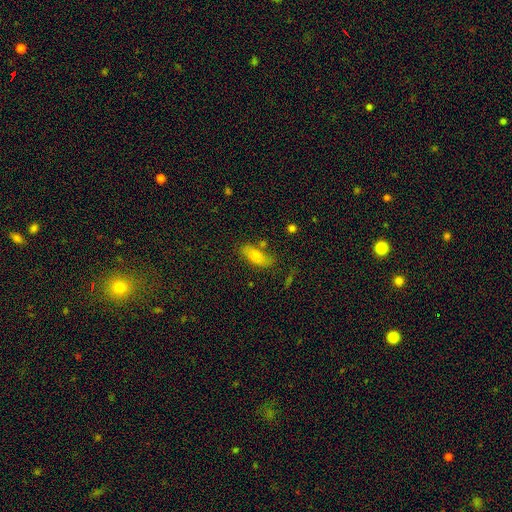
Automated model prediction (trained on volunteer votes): This is likely a smooth galaxy (72%). How rounded: likely in between (76%). Merging: likely none (68%).